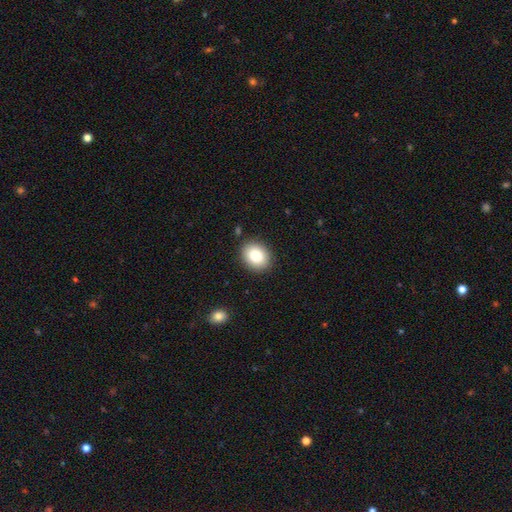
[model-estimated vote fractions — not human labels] This appears to be a smooth galaxy with no disk features (86%) that is in between round and cigar-shaped (54%). Merging: none (88%).